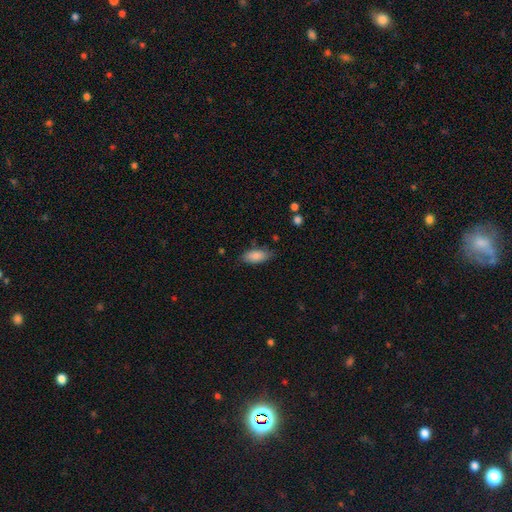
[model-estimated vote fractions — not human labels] Smooth or featured? smooth (86%)
How rounded? in between (87%)
Merging? none (75%)